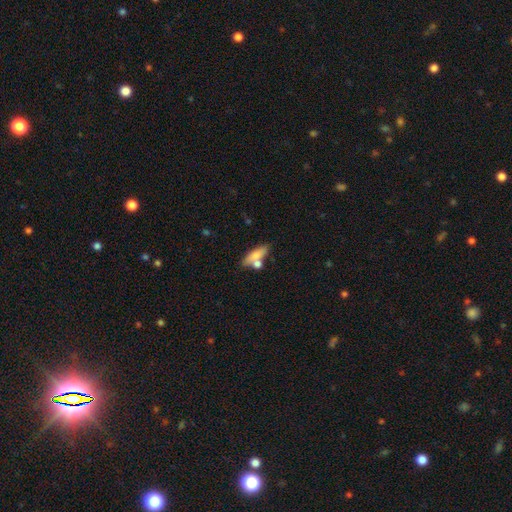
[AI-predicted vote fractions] Smooth or featured: smooth — 70% (featured or disk — 22%)
How rounded: in between — 55% (cigar-shaped — 40%)
Merging: none — 55% (merger — 25%)